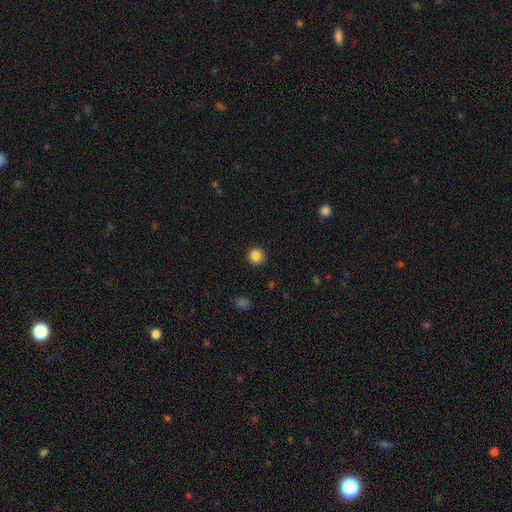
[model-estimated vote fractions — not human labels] Q: Smooth or featured?
A: smooth (86%); runner-up: star or artifact (10%)
Q: How rounded?
A: round (92%); runner-up: in between (7%)
Q: Merging?
A: none (90%); runner-up: minor disturbance (7%)